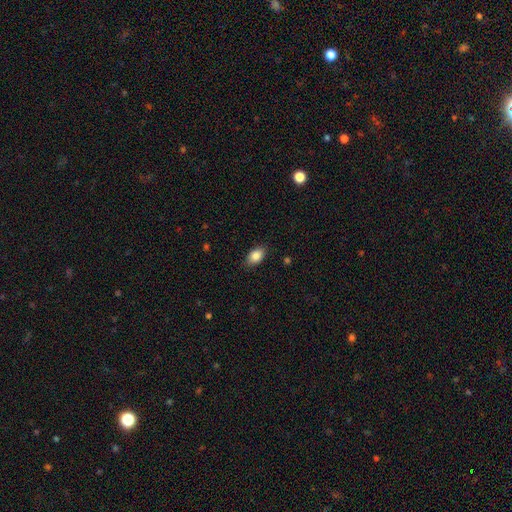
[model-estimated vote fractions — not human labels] Morphology: type=smooth (86%); roundness=in between (89%); merging=none (85%).